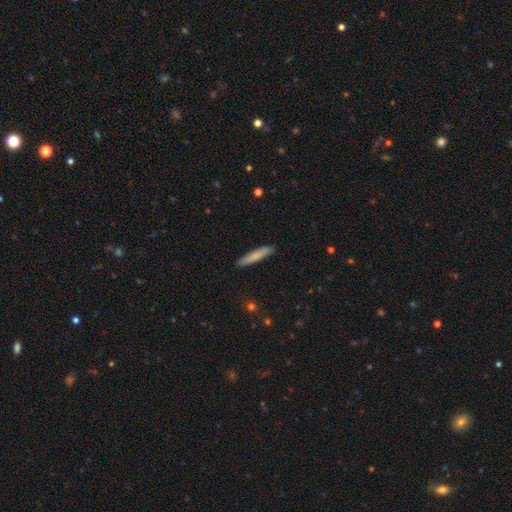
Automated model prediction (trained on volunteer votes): Smooth or featured? smooth (75%)
How rounded? cigar-shaped (92%)
Merging? none (89%)